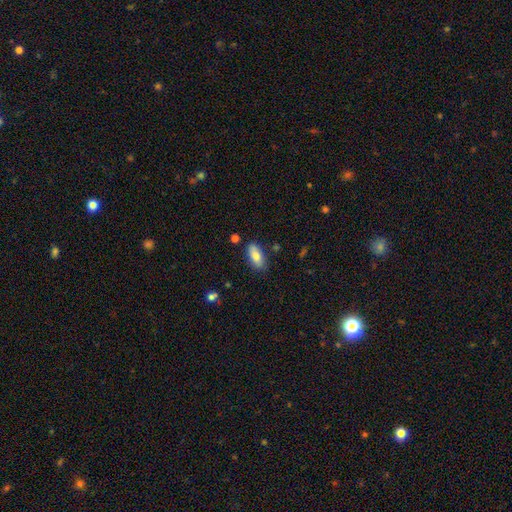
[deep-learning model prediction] smooth-or-featured: smooth: 78% | featured or disk: 15% | star or artifact: 7%
  how-rounded: in between: 85% | cigar-shaped: 12% | round: 3%
  merging: none: 81% | minor disturbance: 14% | merger: 3% | major disturbance: 3%